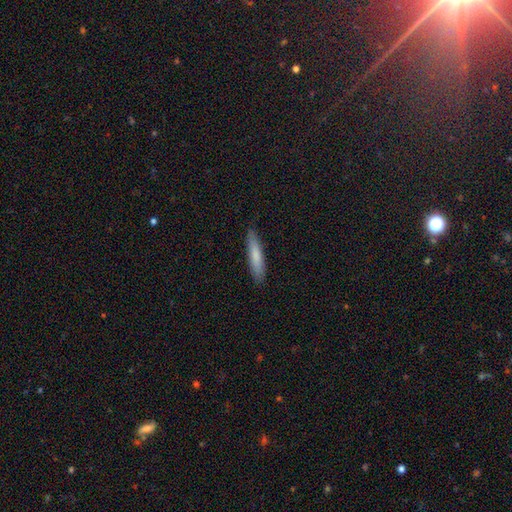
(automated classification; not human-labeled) Smooth or featured? Predicted: smooth (p=0.78). How rounded? Predicted: cigar-shaped (p=0.89). Merging? Predicted: none (p=0.89).